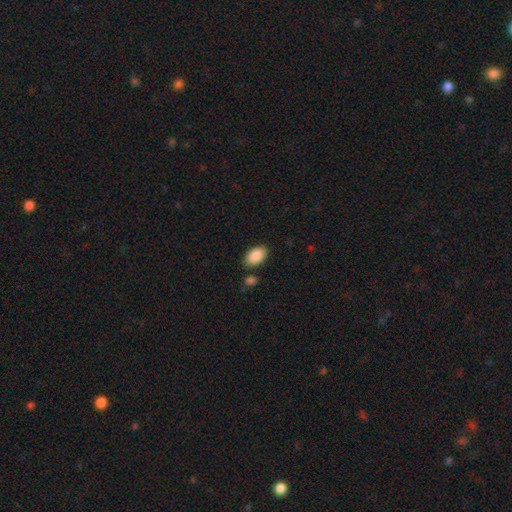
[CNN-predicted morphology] Smooth or featured? Predicted: smooth (p=0.90). How rounded? Predicted: in between (p=0.92). Merging? Predicted: none (p=0.79).